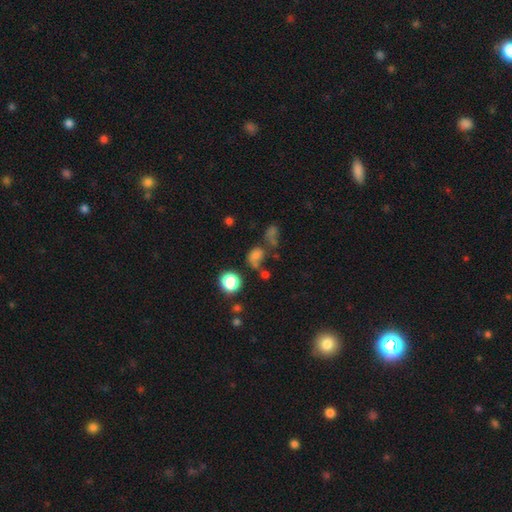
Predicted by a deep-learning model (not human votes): Smooth or featured? Predicted: smooth (p=0.57). How rounded? Predicted: round (p=0.59). Merging? Predicted: none (p=0.46).